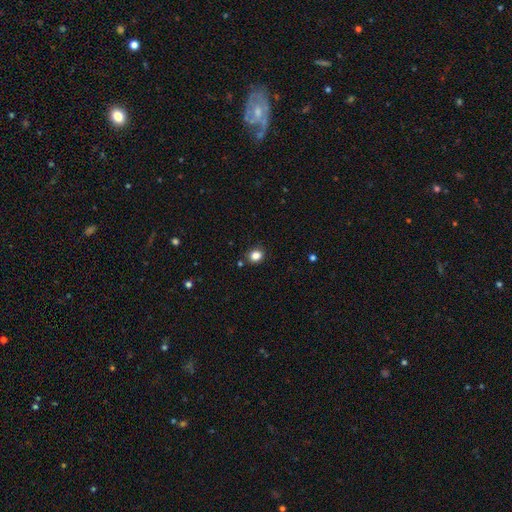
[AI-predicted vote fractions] This appears to be a smooth galaxy with no disk features (84%) that is round (74%). Merging: none (87%).